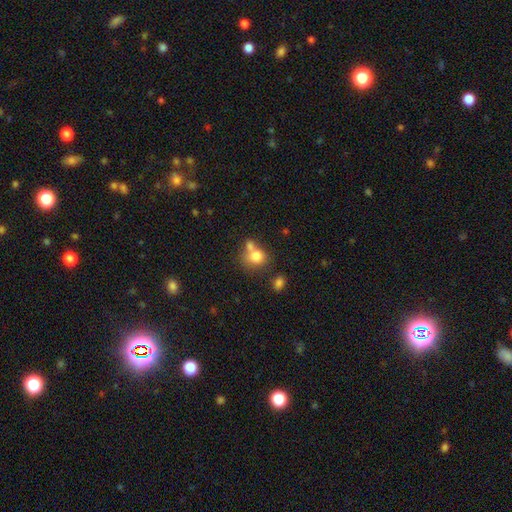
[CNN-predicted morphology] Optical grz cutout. It shows a smooth galaxy with no disk features (76%) that is round (67%). Merging: merger (44%).